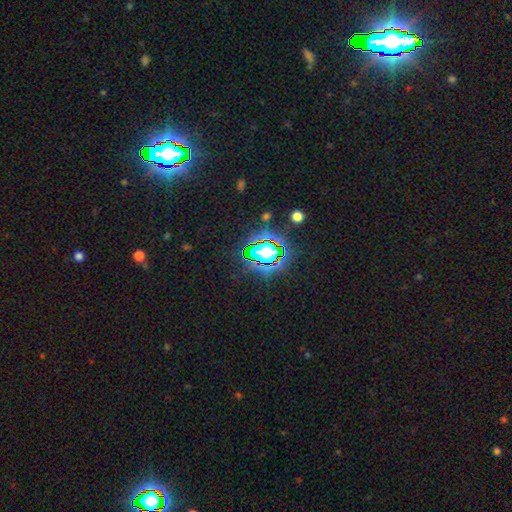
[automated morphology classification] A star or artifact, not a galaxy (79%).

Vote fractions:
- Smooth or featured? star or artifact: 79% / smooth: 13% / featured or disk: 9%